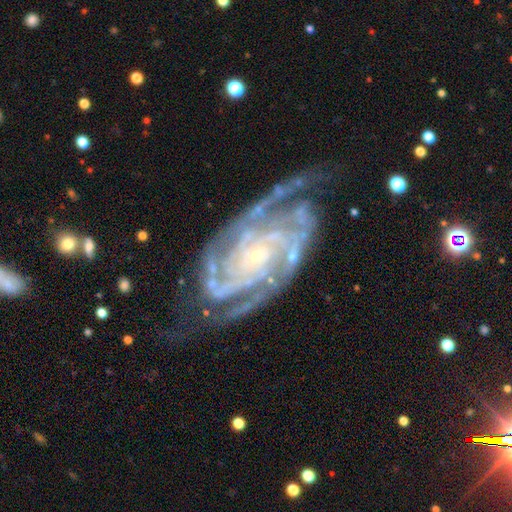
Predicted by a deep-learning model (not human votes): This is clearly a featured or disk galaxy (92%). It is clearly not viewed edge-on (97%). Bar: likely no (66%). Spiral arm pattern: clearly yes (98%). Spiral arm count: marginally 2 (26%). Spiral winding: likely tight (71%). Central bulge: clearly small (81%). Merging: likely none (68%).